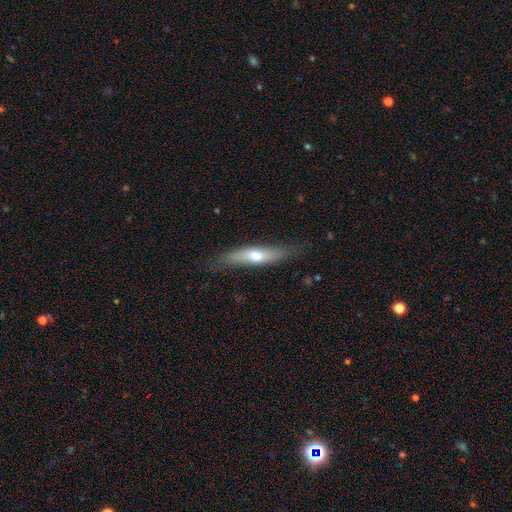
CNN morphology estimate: smooth_or_featured: smooth (p=0.54) [alt: featured or disk p=0.40]
how_rounded: cigar-shaped (p=0.77) [alt: in between p=0.21]
merging: none (p=0.78) [alt: minor disturbance p=0.16]